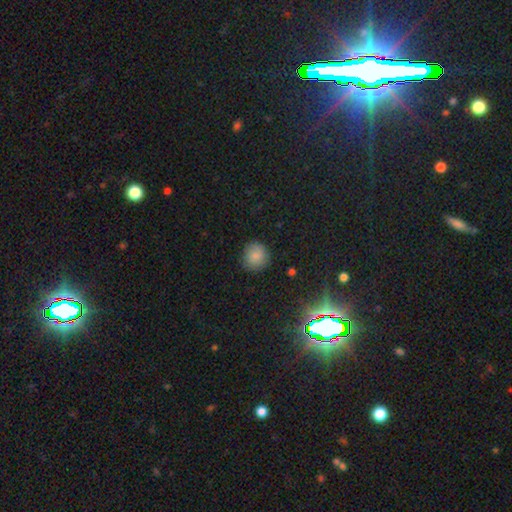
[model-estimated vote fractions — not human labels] smooth 85%, star or artifact 10%, featured or disk 5%. Down the decision tree: how rounded — round (90%); merging — none (87%).